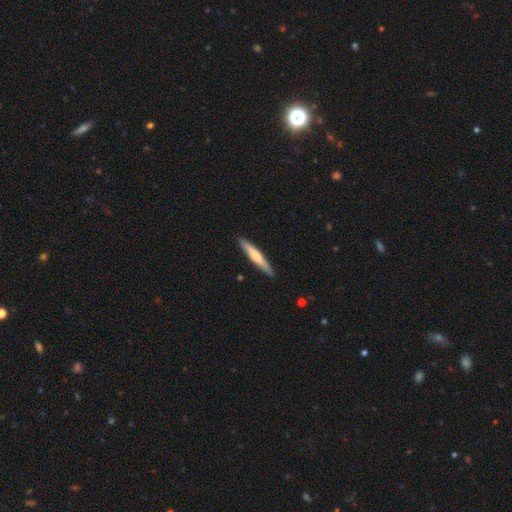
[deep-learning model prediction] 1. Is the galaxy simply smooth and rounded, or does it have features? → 54% smooth, 41% featured or disk, 5% star or artifact.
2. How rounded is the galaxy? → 94% cigar-shaped, 5% in between, 1% round.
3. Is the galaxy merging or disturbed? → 90% none, 8% minor disturbance, 1% major disturbance, 1% merger.